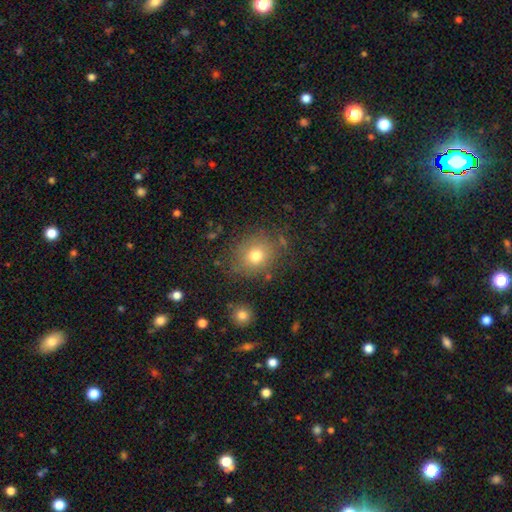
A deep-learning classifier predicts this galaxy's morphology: Smooth or featured? smooth (74%)
How rounded? round (69%)
Merging? none (78%)